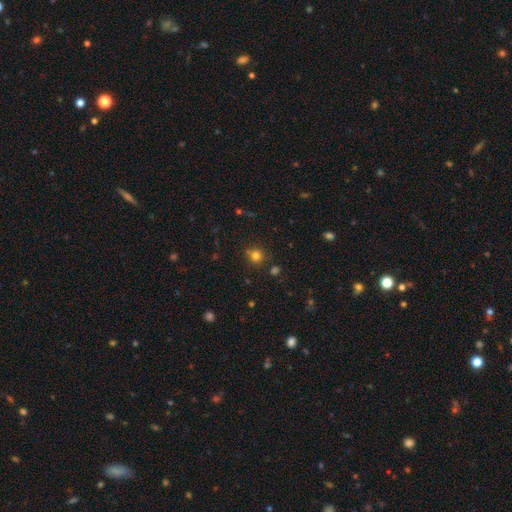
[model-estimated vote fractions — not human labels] The model was most divided on "smooth or featured": smooth: 78%, star or artifact: 17%, featured or disk: 6%. More confident: how rounded — round (89%); merging — none (81%).